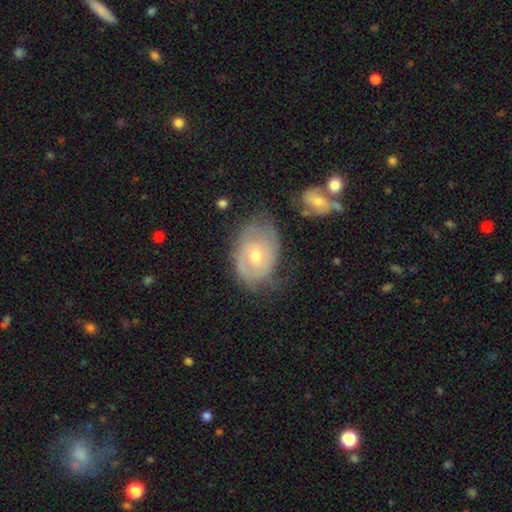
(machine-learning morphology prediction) This is likely a featured or disk galaxy (70%). It is clearly not viewed edge-on (96%). Bar: likely no (68%). Spiral arm pattern: clearly yes (81%). Spiral arm count: marginally 2 (39%, tied with can't tell). Spiral winding: possibly tight (59%). Central bulge: possibly moderate (56%). Merging: possibly none (55%).